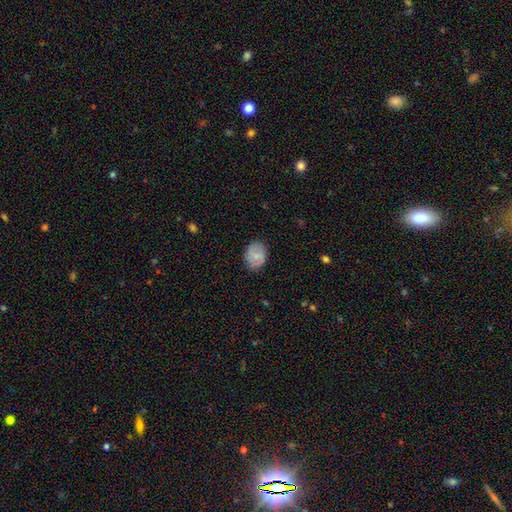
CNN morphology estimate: Smooth or featured? smooth (71%)
How rounded? in between (56%)
Merging? none (81%)